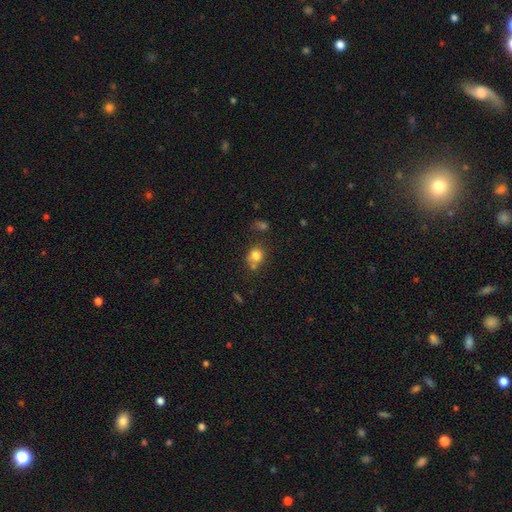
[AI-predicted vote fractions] Overall: smooth (79%). How rounded: round (76%). Merging: none (53%; merger 24%).